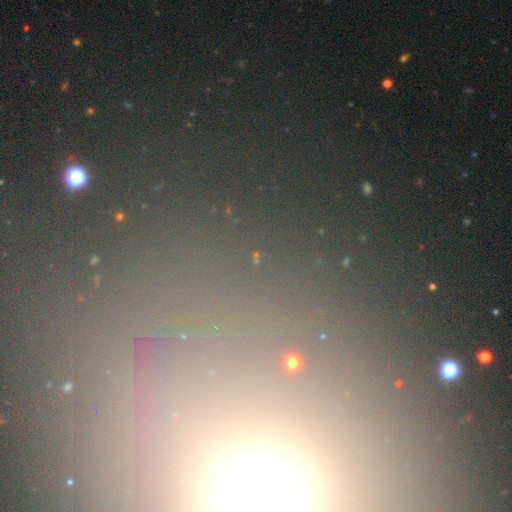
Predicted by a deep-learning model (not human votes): A star or artifact, not a galaxy (69%).

Vote fractions:
- Smooth or featured? star or artifact: 69% / smooth: 22% / featured or disk: 10%